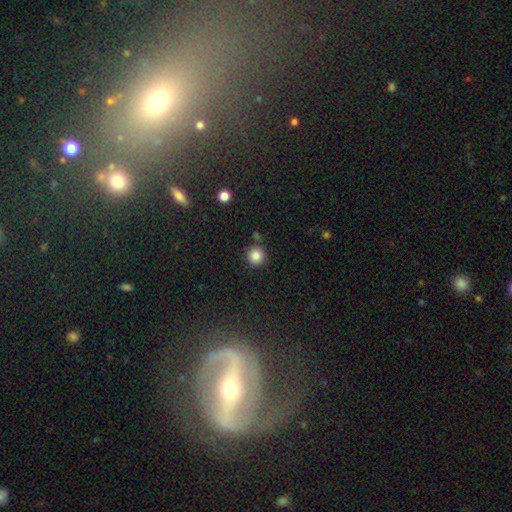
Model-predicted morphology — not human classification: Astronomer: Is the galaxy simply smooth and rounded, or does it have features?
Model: smooth — 85%.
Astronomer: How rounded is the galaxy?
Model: round — 95%.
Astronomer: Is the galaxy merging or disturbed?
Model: none — 84%.